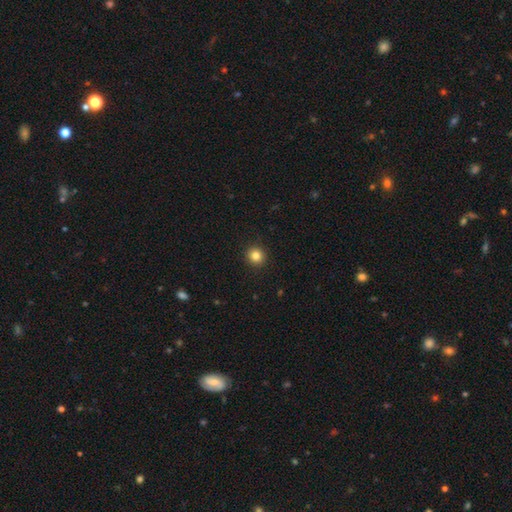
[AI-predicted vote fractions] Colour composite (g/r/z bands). It shows a smooth galaxy with no disk features (84%) that is round (94%). Merging: none (93%).